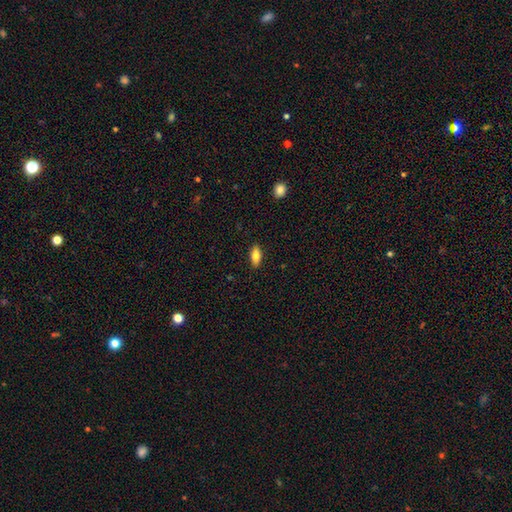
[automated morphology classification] Smooth or featured? Predicted: smooth (p=0.77). How rounded? Predicted: in between (p=0.78). Merging? Predicted: none (p=0.89).